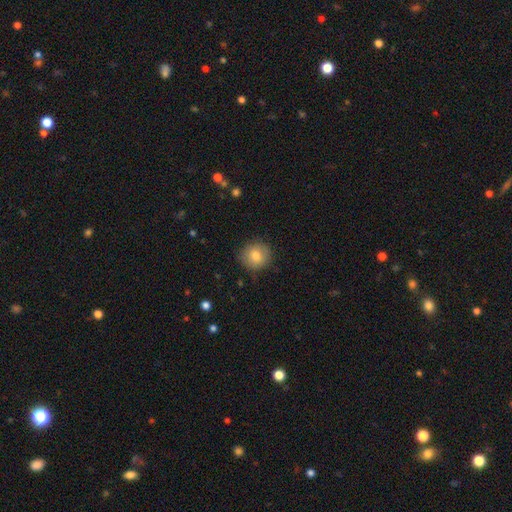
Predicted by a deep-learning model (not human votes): A smooth galaxy with no disk features (81%) that is round (88%).

Vote fractions:
- Smooth or featured? smooth: 81% / featured or disk: 11% / star or artifact: 9%
- How rounded? round: 88% / in between: 11% / cigar-shaped: 1%
- Merging? none: 85% / minor disturbance: 11% / major disturbance: 3% / merger: 1%